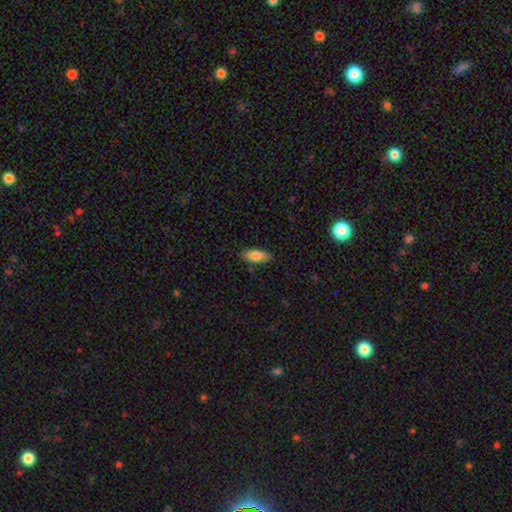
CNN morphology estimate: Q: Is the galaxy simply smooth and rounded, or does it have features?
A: smooth — 81%.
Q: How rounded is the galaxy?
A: in between — 78%.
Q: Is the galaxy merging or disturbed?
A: none — 84%.